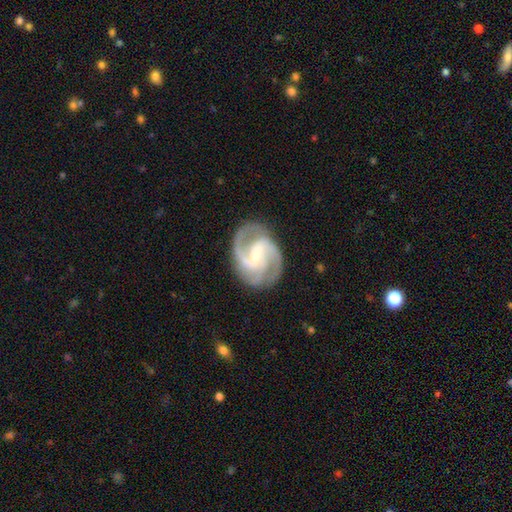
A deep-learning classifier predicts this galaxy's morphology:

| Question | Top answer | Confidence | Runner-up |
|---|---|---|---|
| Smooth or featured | featured or disk | 91% | star or artifact (4%) |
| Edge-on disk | no | 98% | yes (2%) |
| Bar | weak | 46% | strong (34%) |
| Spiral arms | yes | 98% | no (2%) |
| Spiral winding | medium | 56% | tight (30%) |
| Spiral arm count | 2 | 55% | 3 (29%) |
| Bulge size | small | 66% | moderate (29%) |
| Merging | none | 80% | minor disturbance (13%) |